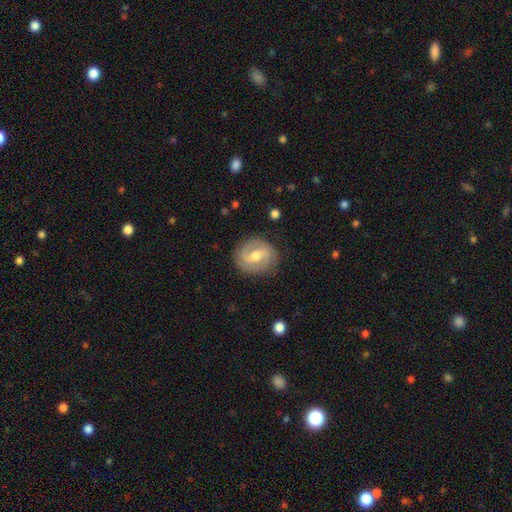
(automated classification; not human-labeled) featured or disk 75%, smooth 19%, star or artifact 5%. Down the decision tree: edge-on disk — no (97%); bar — weak (53%); spiral arms — yes (88%); spiral arm count — 2 (85%); spiral winding — tight (45%); bulge size — moderate (72%); merging — none (83%).